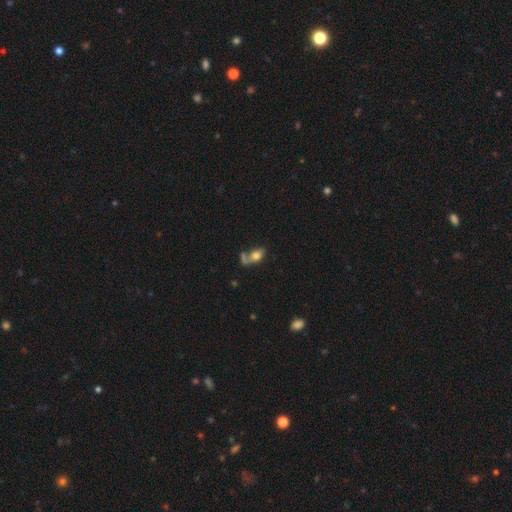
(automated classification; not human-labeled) Overall: smooth (68%). How rounded: in between (83%). Merging: merger (35%, tied with none).